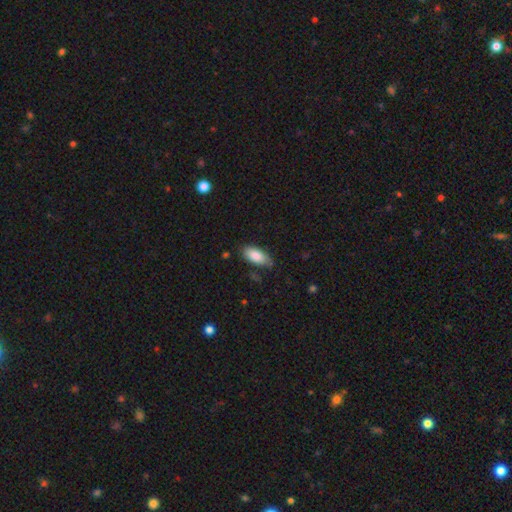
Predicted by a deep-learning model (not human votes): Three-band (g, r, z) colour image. It shows a smooth galaxy with no disk features (85%) that is in between round and cigar-shaped (89%). Merging: none (75%).